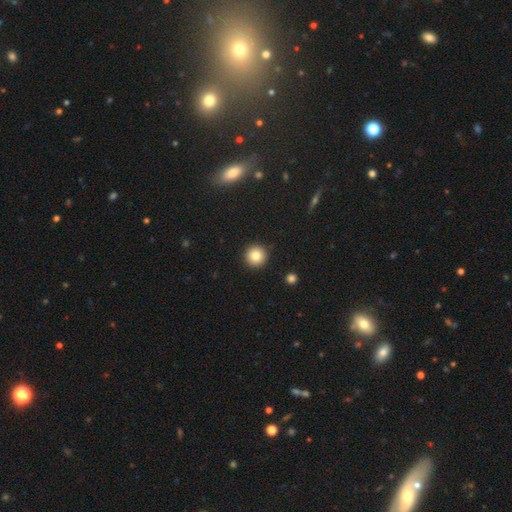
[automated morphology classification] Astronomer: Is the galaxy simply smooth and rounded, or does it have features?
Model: smooth — 82%.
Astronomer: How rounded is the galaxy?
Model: round — 96%.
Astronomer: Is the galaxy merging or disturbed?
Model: none — 92%.